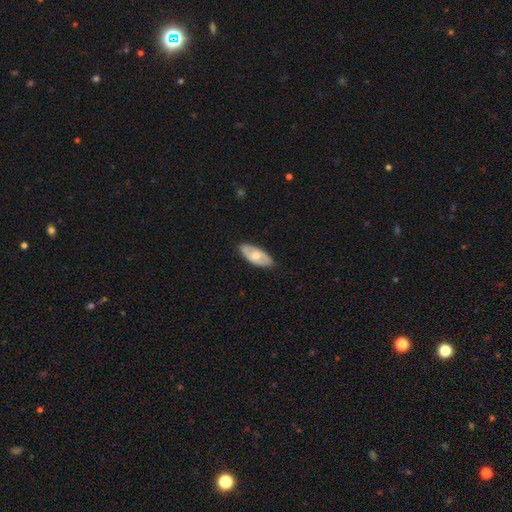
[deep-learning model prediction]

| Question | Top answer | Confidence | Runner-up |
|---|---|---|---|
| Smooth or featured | smooth | 52% | featured or disk (43%) |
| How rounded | in between | 89% | cigar-shaped (8%) |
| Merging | none | 82% | minor disturbance (15%) |